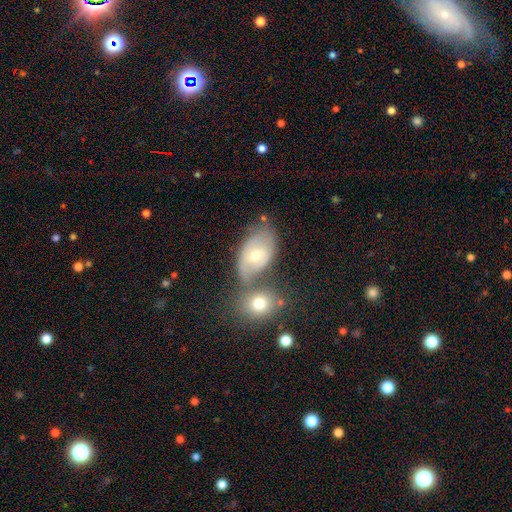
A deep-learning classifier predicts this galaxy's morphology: This appears to be a smooth galaxy with no disk features (46%). Merging: none (39%).